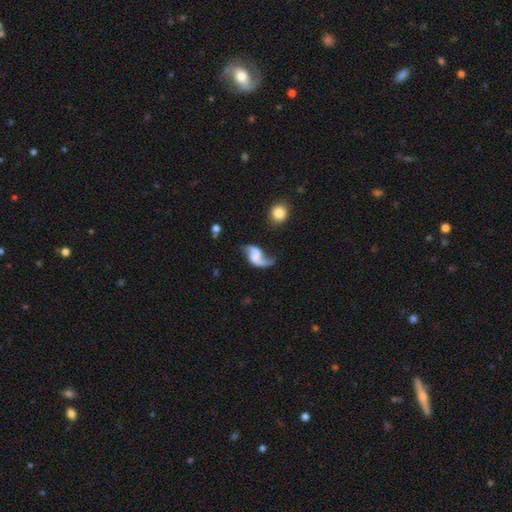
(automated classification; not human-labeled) A featured or disk galaxy (79%) with no bar (45%), 2 (81%) loose (81%) spiral arms (93%) and no central bulge (56%). Merging: none (49%).